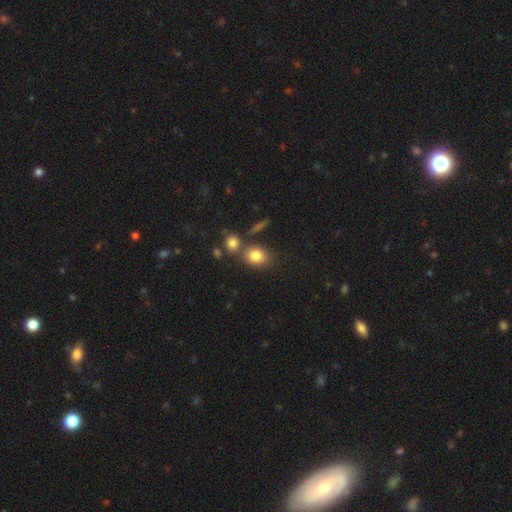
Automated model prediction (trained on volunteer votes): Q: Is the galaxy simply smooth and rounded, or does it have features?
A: smooth — 80%.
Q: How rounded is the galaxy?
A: round — 52%.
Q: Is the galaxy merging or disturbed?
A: none — 65%.